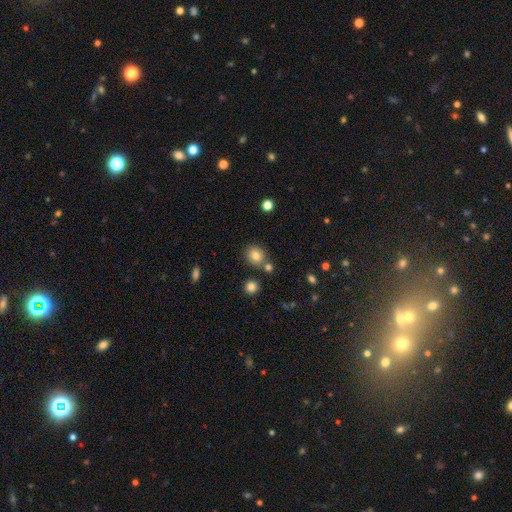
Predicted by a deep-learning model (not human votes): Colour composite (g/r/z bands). It shows a smooth galaxy with no disk features (80%) that is round (77%). Merging: none (74%).